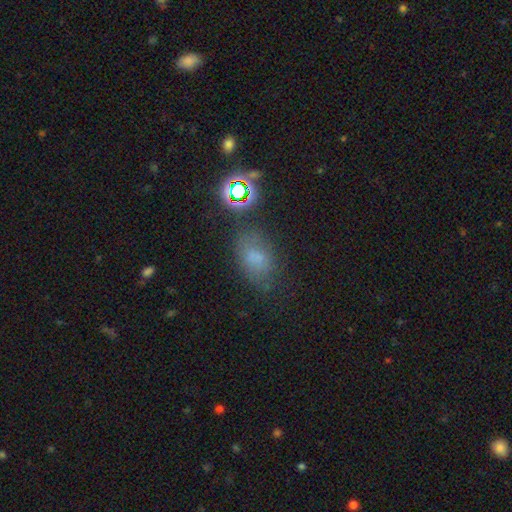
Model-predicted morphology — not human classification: Smooth or featured? Predicted: smooth (p=0.45). Merging? Predicted: none (p=0.71).